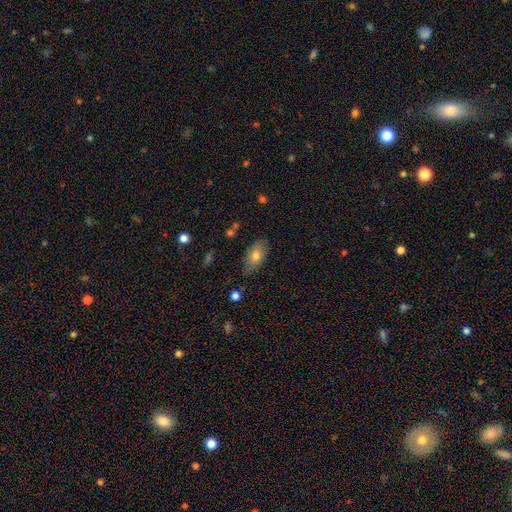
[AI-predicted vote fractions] This appears to be a smooth galaxy with no disk features (74%) that is in between round and cigar-shaped (90%). Merging: none (75%).